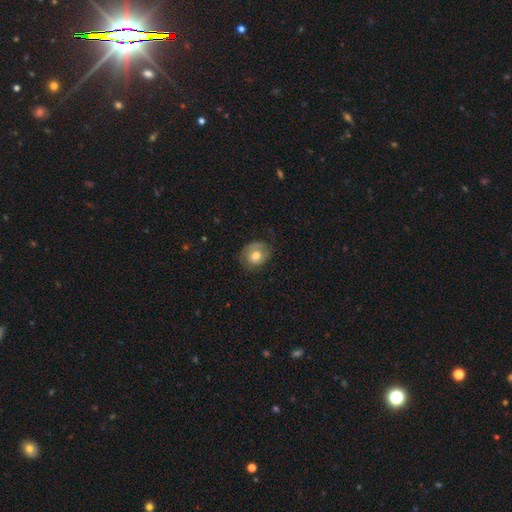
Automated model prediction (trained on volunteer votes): Overall: smooth (53%; featured or disk 39%). How rounded: round (57%; in between 42%). Merging: none (66%).